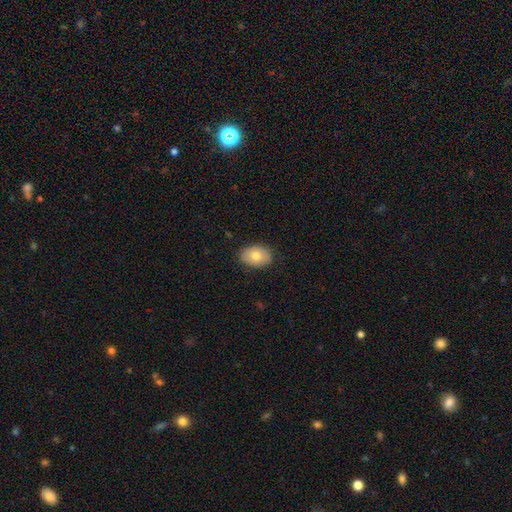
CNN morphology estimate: Smooth or featured? Predicted: smooth (p=0.77). How rounded? Predicted: in between (p=0.80). Merging? Predicted: none (p=0.84).